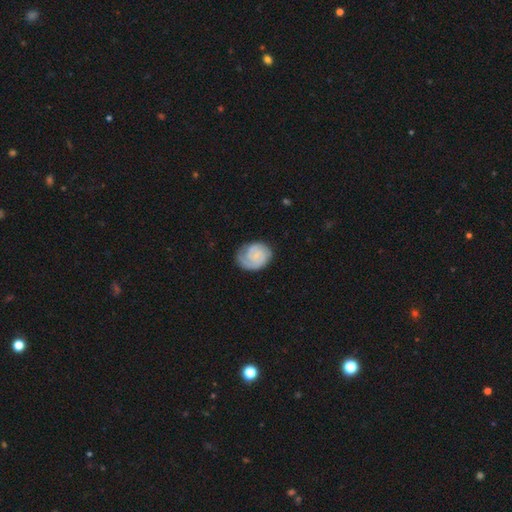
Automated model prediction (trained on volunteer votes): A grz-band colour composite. It shows a featured or disk galaxy (69%) with no bar (70%), 2 (42%) tight (68%) spiral arms (94%) and a small central bulge (63%). Merging: none (69%).